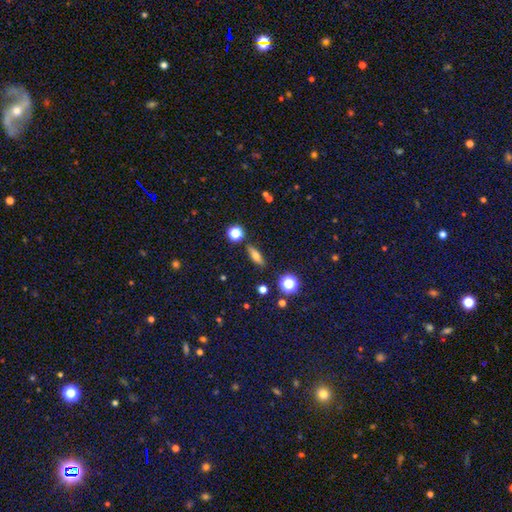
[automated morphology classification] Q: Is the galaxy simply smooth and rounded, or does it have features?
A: smooth — 62%.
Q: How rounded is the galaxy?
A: in between — 49%.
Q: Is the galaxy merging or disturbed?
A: none — 86%.